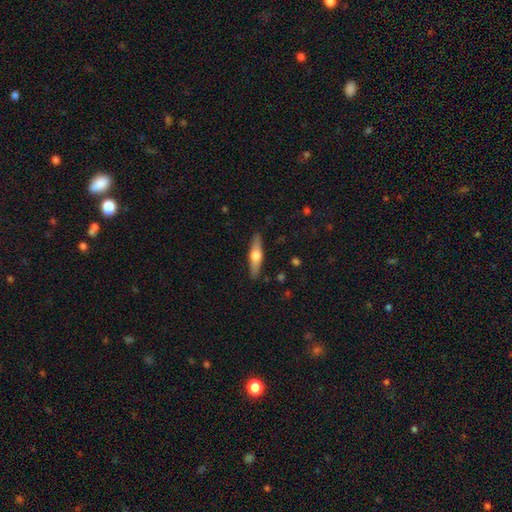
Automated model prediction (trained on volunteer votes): smooth-or-featured: featured or disk: 52% | smooth: 43% | star or artifact: 5%
  disk-edge-on: yes: 93% | no: 7%
  merging: none: 89% | minor disturbance: 8% | major disturbance: 2% | merger: 1%